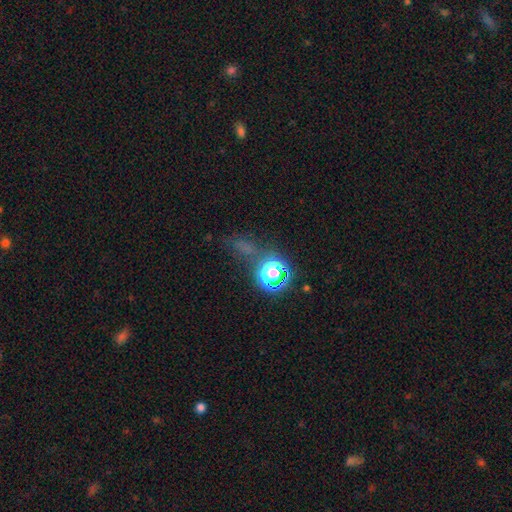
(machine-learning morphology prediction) Smooth or featured? Predicted: star or artifact (p=0.55).